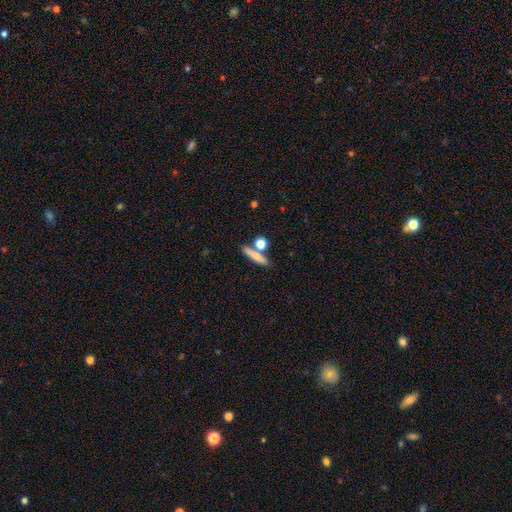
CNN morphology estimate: smooth_or_featured: smooth (p=0.71) [alt: featured or disk p=0.21]
how_rounded: cigar-shaped (p=0.63) [alt: in between p=0.23]
merging: none (p=0.66) [alt: merger p=0.20]